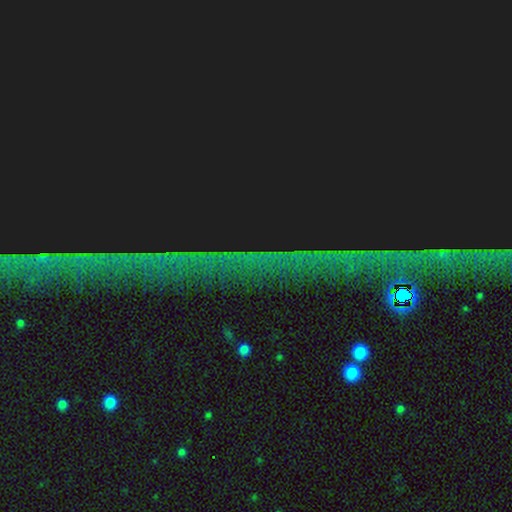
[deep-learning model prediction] This is clearly a star or artifact rather than a galaxy (85%).